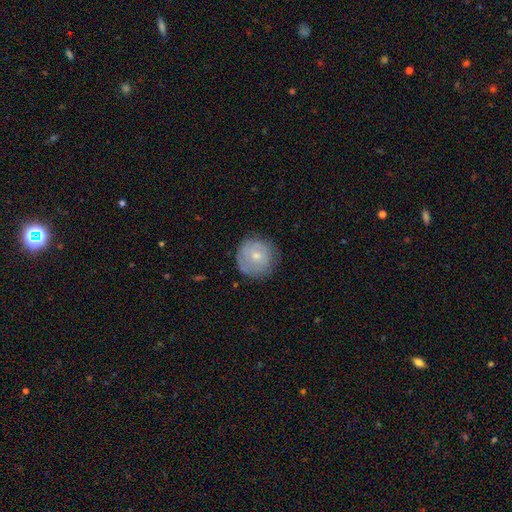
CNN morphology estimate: A smooth galaxy with no disk features (52%) that is round (93%). Merging: none (76%).